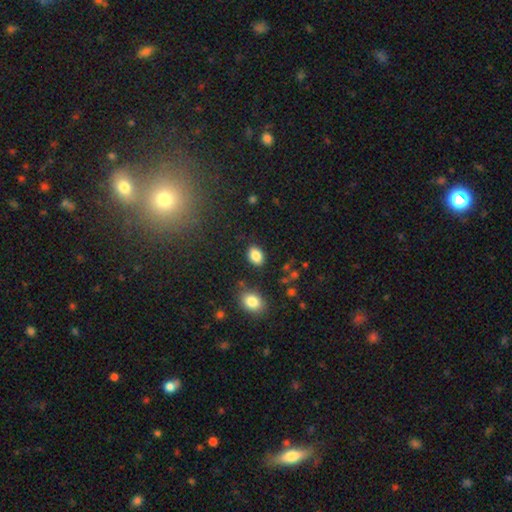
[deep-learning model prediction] smooth_or_featured: smooth (p=0.85) [alt: star or artifact p=0.09]
how_rounded: in between (p=0.80) [alt: round p=0.19]
merging: none (p=0.82) [alt: minor disturbance p=0.11]